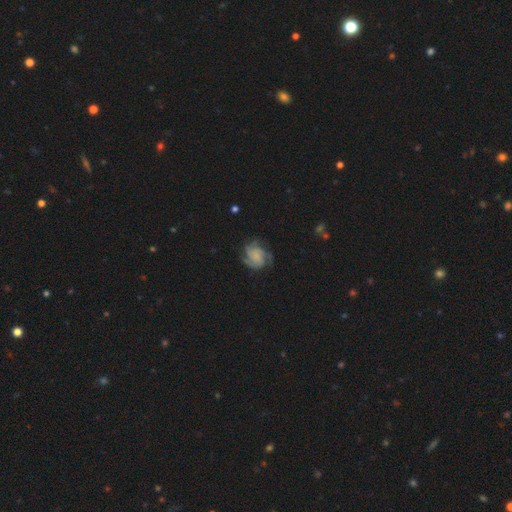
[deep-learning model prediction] Smooth or featured? featured or disk (77%)
Edge-on disk? no (98%)
Bar? no (70%)
Spiral arms? yes (96%)
Spiral winding? tight (45%)
Spiral arm count? 3 (41%)
Bulge size? none (44%)
Merging? none (71%)